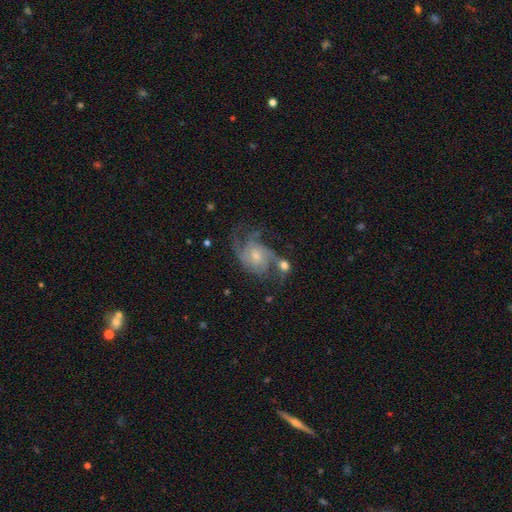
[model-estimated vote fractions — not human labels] Smooth or featured? featured or disk (81%)
Edge-on disk? no (98%)
Bar? no (67%)
Spiral arms? yes (93%)
Spiral winding? medium (48%)
Spiral arm count? 2 (39%)
Bulge size? small (62%)
Merging? none (39%)